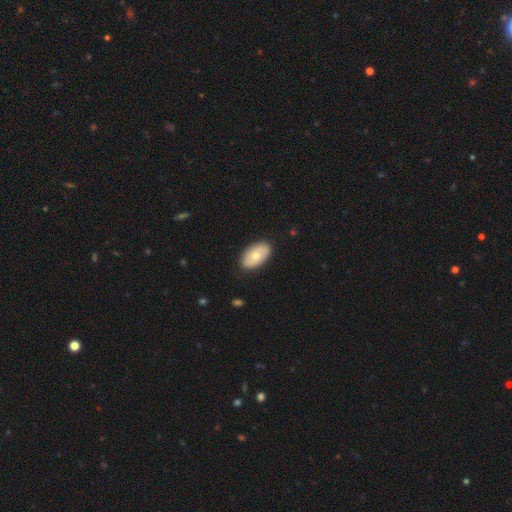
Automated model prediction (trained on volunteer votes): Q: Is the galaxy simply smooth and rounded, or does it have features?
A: smooth — 69%.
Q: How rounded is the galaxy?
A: in between — 94%.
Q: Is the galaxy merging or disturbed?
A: none — 86%.